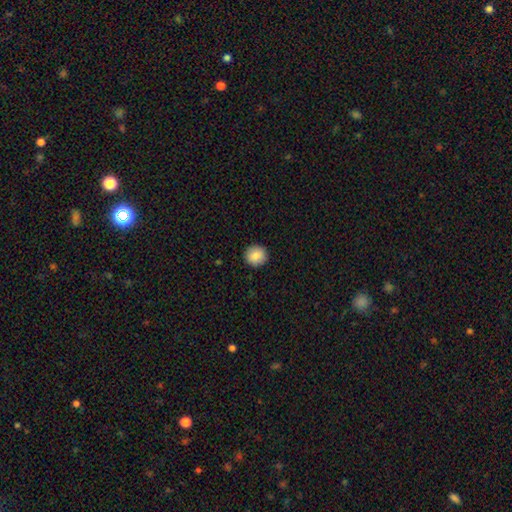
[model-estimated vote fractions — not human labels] smooth_or_featured: smooth (p=0.86) [alt: star or artifact p=0.08]
how_rounded: round (p=0.93) [alt: in between p=0.06]
merging: none (p=0.92) [alt: minor disturbance p=0.05]